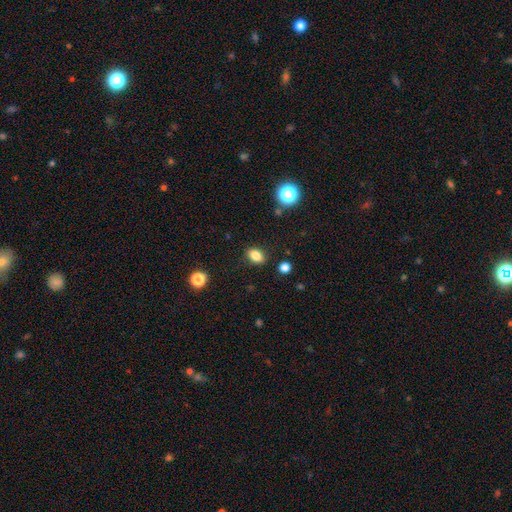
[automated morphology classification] This appears to be a smooth galaxy with no disk features (83%) that is in between round and cigar-shaped (79%). Merging: none (86%).